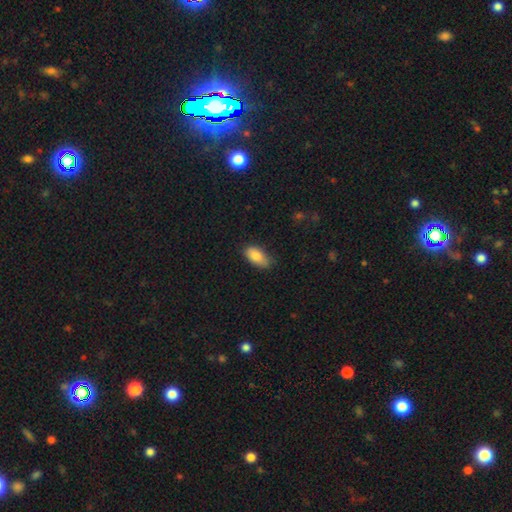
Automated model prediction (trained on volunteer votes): Smooth or featured: smooth — 85% (featured or disk — 8%)
How rounded: in between — 91% (cigar-shaped — 5%)
Merging: none — 70% (minor disturbance — 25%)